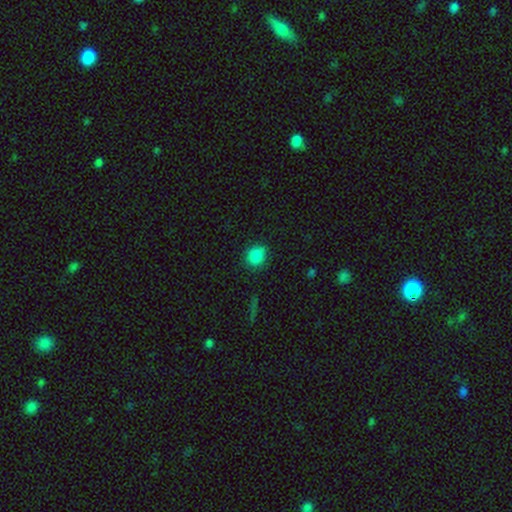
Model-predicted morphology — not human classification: This is clearly a smooth galaxy (86%). How rounded: likely round (67%). Merging: clearly none (81%).